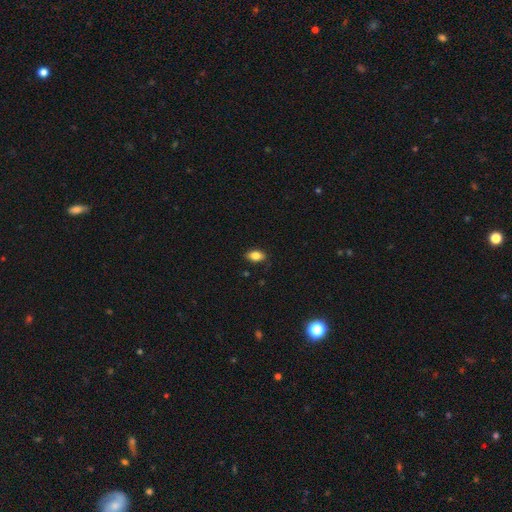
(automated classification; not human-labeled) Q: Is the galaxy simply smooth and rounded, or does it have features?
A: smooth — 84%.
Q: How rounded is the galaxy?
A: in between — 89%.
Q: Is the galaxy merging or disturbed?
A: none — 86%.